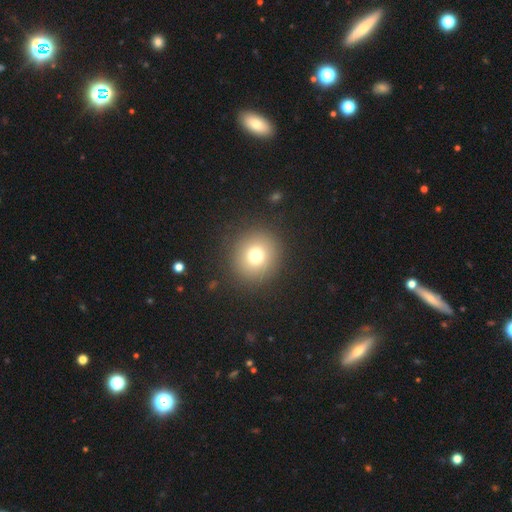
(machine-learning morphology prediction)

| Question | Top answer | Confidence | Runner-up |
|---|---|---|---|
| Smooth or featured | smooth | 75% | star or artifact (14%) |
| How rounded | round | 93% | in between (6%) |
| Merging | none | 90% | minor disturbance (6%) |